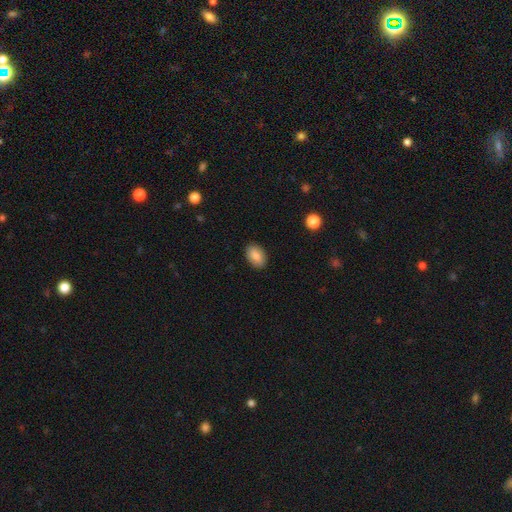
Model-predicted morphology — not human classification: This is clearly a smooth galaxy (84%). How rounded: clearly in between (88%). Merging: clearly none (88%).